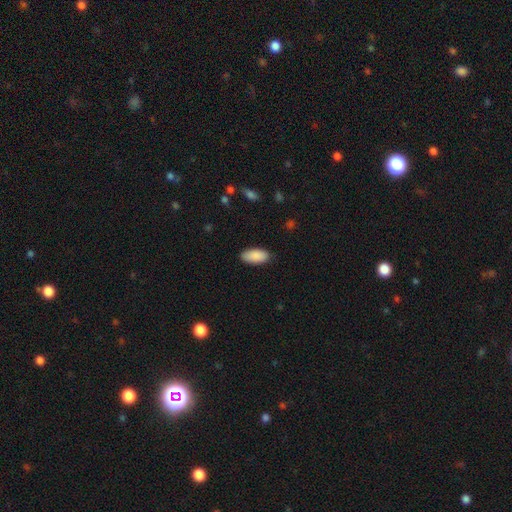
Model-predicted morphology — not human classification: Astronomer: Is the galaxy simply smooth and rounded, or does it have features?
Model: smooth — 90%.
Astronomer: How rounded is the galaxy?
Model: in between — 93%.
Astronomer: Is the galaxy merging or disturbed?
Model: none — 88%.